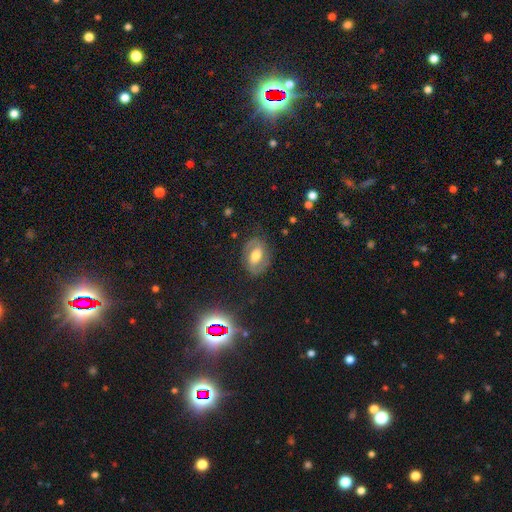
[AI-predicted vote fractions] Smooth or featured?
  - featured or disk: 61% *
  - smooth: 30%
  - star or artifact: 9%
Edge-on disk?
  - no: 94% *
  - yes: 6%
Bar?
  - weak: 40% *
  - strong: 33%
  - no: 27%
Spiral arms?
  - yes: 76% *
  - no: 24%
Bulge size?
  - moderate: 65% *
  - large: 19%
  - small: 12%
  - dominant: 2%
  - none: 2%
Merging?
  - none: 78% *
  - minor disturbance: 15%
  - major disturbance: 6%
  - merger: 1%